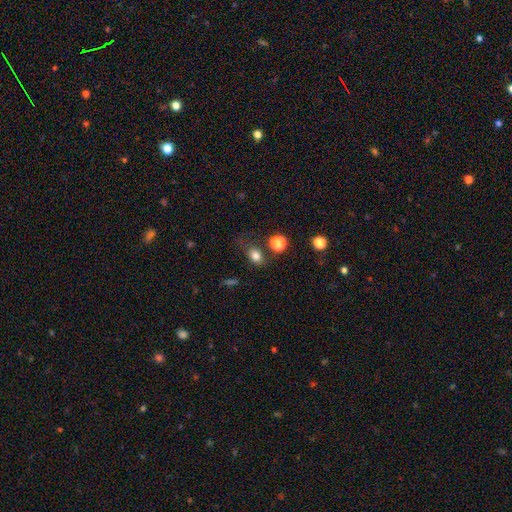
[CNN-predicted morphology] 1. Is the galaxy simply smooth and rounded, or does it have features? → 80% smooth, 13% star or artifact, 7% featured or disk.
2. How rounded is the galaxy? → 57% in between, 42% round, 1% cigar-shaped.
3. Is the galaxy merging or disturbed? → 68% none, 17% minor disturbance, 9% merger, 7% major disturbance.